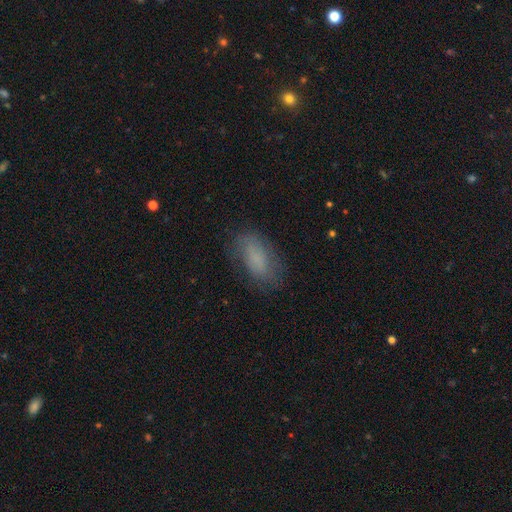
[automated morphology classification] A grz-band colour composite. It shows a smooth galaxy with no disk features (71%) that is in between round and cigar-shaped (91%). Merging: none (72%).